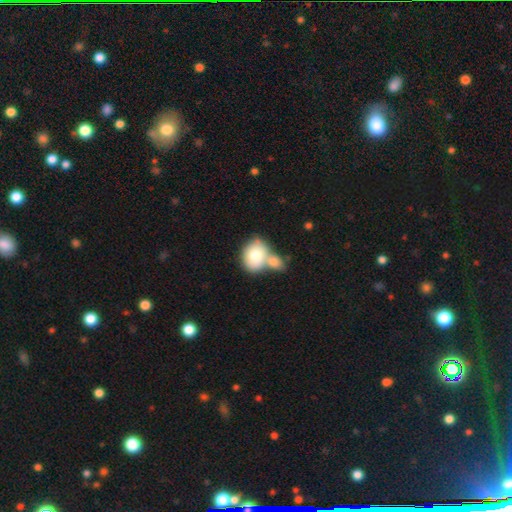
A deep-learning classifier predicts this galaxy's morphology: Smooth or featured? Predicted: smooth (p=0.77). How rounded? Predicted: in between (p=0.55). Merging? Predicted: merger (p=0.56).